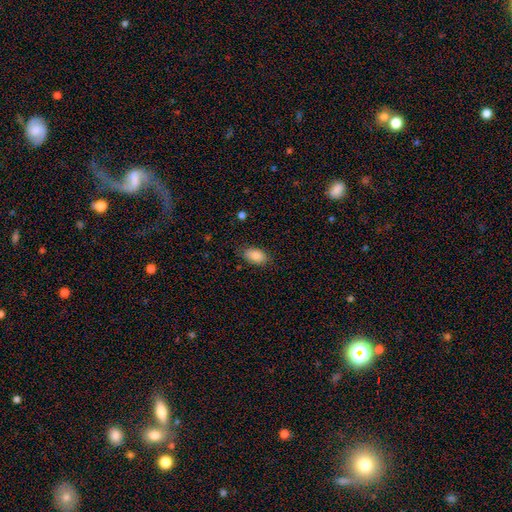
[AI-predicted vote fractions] This is clearly a smooth galaxy (88%). How rounded: clearly in between (93%). Merging: clearly none (81%).